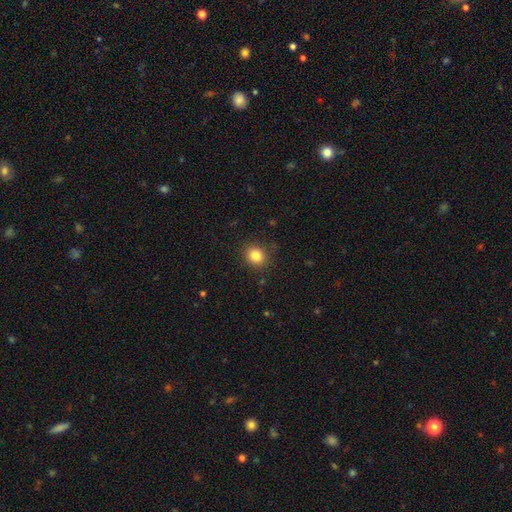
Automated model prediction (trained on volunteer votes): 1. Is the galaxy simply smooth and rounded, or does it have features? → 83% smooth, 11% star or artifact, 6% featured or disk.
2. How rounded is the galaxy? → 74% round, 25% in between, 1% cigar-shaped.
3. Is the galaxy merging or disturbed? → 88% none, 8% minor disturbance, 3% major disturbance, 1% merger.